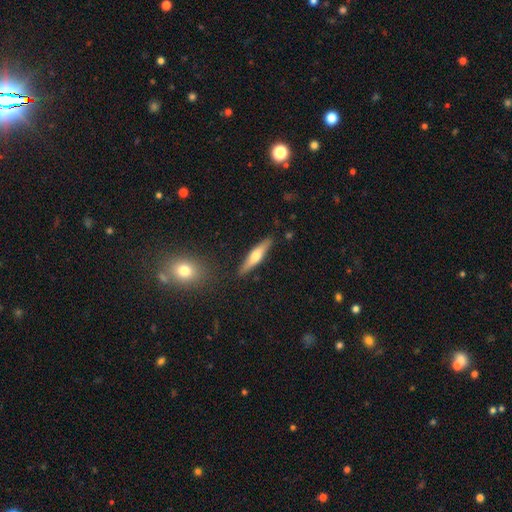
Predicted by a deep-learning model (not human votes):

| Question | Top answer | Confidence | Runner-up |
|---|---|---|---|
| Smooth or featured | smooth | 47% | tied: featured or disk (47%) |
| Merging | none | 87% | minor disturbance (9%) |